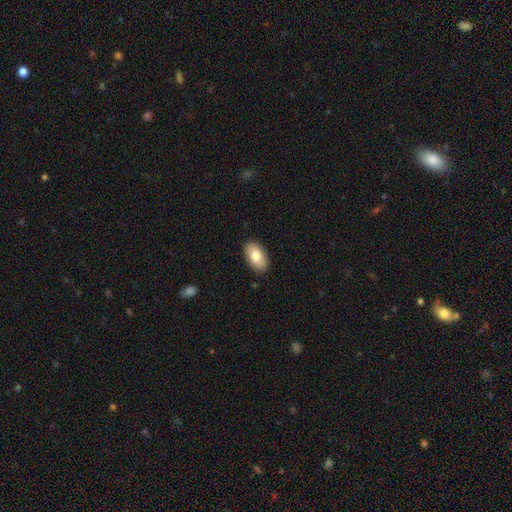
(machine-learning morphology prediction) A smooth galaxy with no disk features (80%) that is in between round and cigar-shaped (94%). Merging: none (88%).